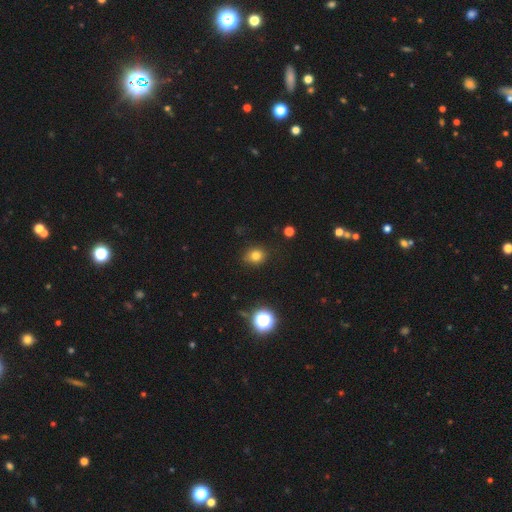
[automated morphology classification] Overall: smooth (78%). How rounded: round (66%; in between 33%). Merging: none (83%).